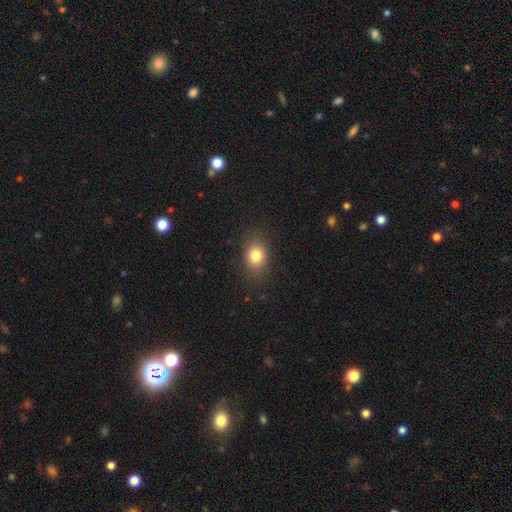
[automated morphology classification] A smooth galaxy with no disk features (81%) that is in between round and cigar-shaped (54%).

Vote fractions:
- Smooth or featured? smooth: 81% / star or artifact: 11% / featured or disk: 8%
- How rounded? in between: 54% / round: 45% / cigar-shaped: 1%
- Merging? none: 83% / minor disturbance: 11% / major disturbance: 4% / merger: 1%